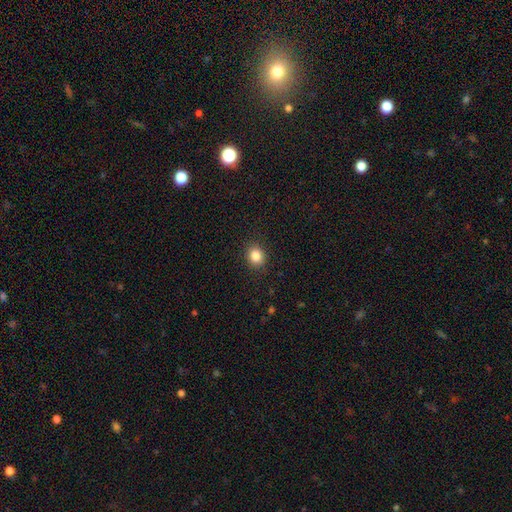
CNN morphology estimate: Overall: smooth (85%). How rounded: round (68%; in between 31%). Merging: none (89%).